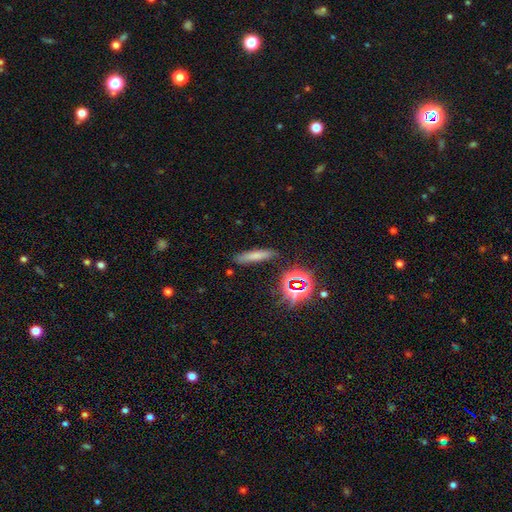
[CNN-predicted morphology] type=smooth (67%); roundness=cigar-shaped (84%); merging=none (83%).